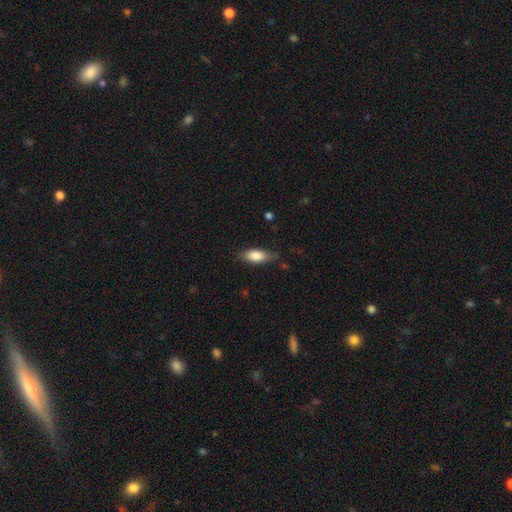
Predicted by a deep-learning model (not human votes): Morphology: type=smooth (82%); roundness=in between (82%); merging=none (72%).